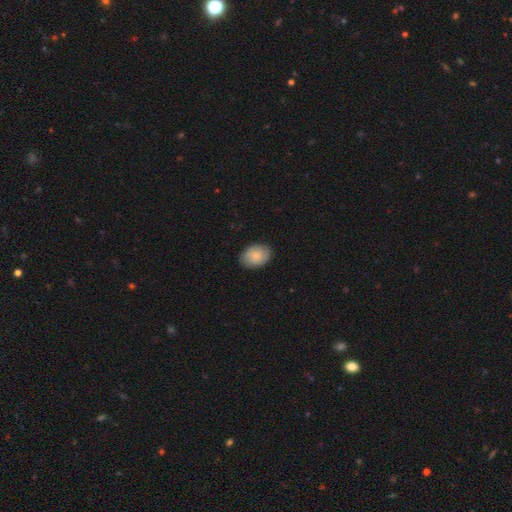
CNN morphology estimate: Q: Smooth or featured?
A: smooth (73%); runner-up: featured or disk (20%)
Q: How rounded?
A: in between (69%); runner-up: round (30%)
Q: Merging?
A: none (82%); runner-up: minor disturbance (14%)